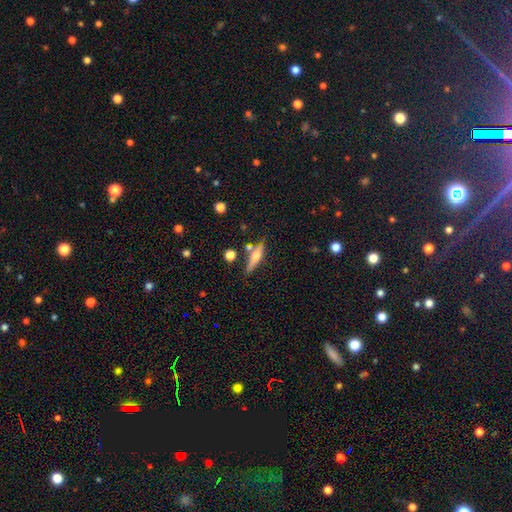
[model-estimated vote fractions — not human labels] Q: Smooth or featured?
A: smooth (47%); runner-up: featured or disk (45%)
Q: Merging?
A: none (69%); runner-up: minor disturbance (16%)